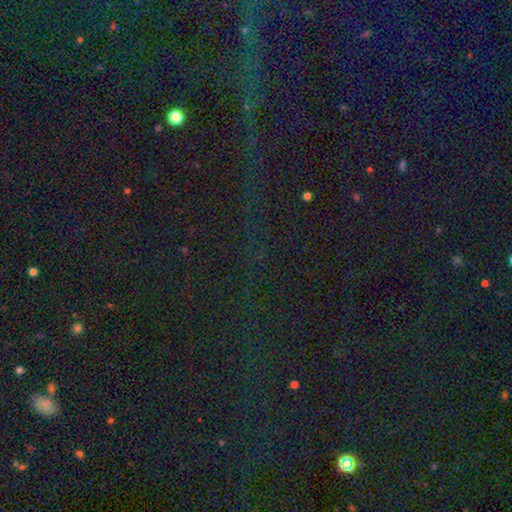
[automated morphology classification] Overall: star or artifact (84%).